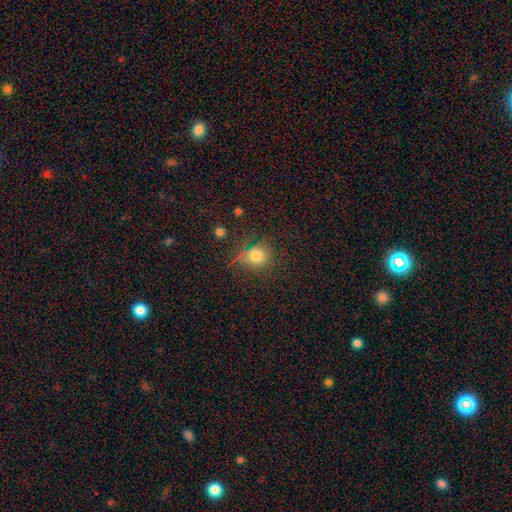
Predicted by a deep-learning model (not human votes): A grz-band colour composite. It shows a smooth galaxy with no disk features (78%) that is round (78%). Merging: none (73%).